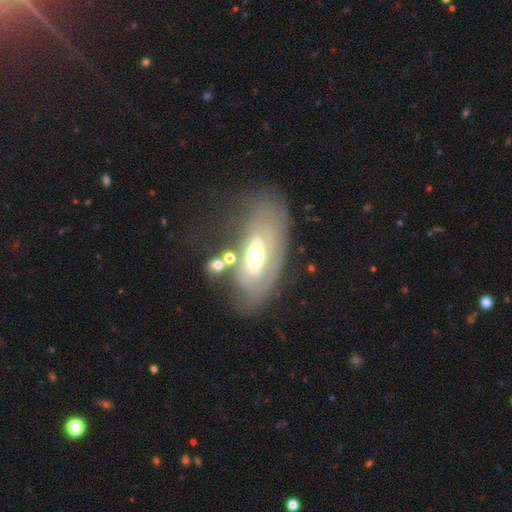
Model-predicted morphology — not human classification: Smooth or featured: featured or disk — 69% (smooth — 23%)
Edge-on disk: no — 85% (yes — 15%)
Bar: no — 54% (weak — 27%)
Spiral arms: no — 53% (yes — 47%)
Bulge size: moderate — 66% (large — 19%)
Merging: none — 53% (minor disturbance — 20%)